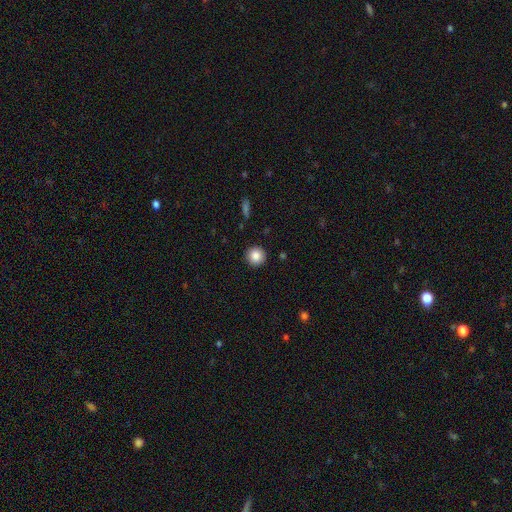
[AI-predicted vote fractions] This appears to be a smooth galaxy with no disk features (87%) that is round (95%). Merging: none (92%).